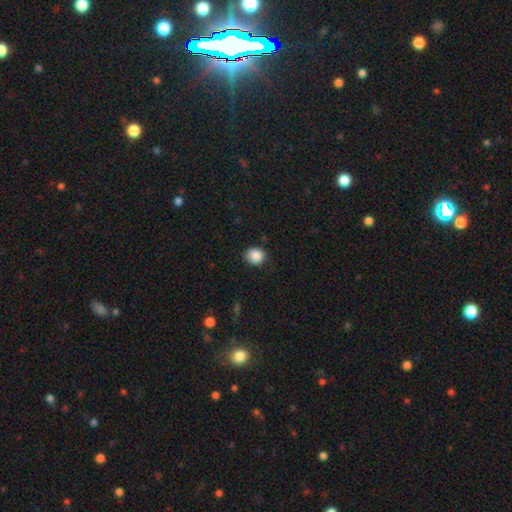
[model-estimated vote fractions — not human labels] A smooth galaxy with no disk features (88%) that is round (79%). Merging: none (83%).